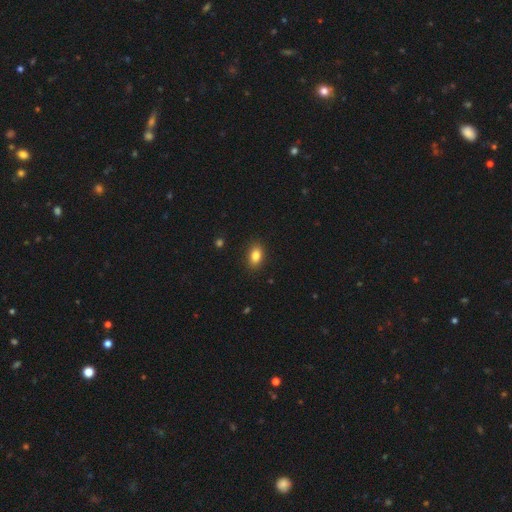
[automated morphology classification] type=smooth (84%); roundness=in between (83%); merging=none (88%).